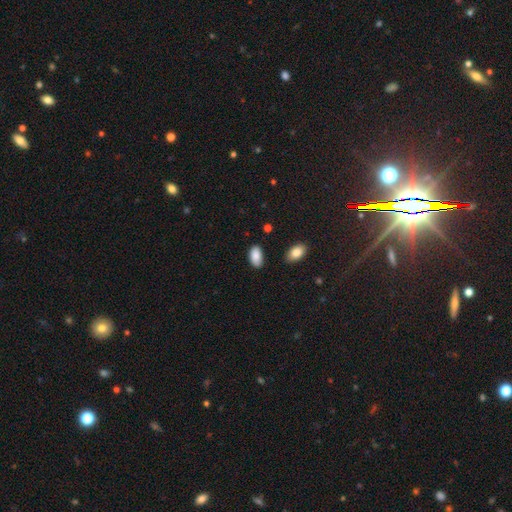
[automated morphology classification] This is clearly a smooth galaxy (89%). How rounded: clearly in between (95%). Merging: clearly none (80%).